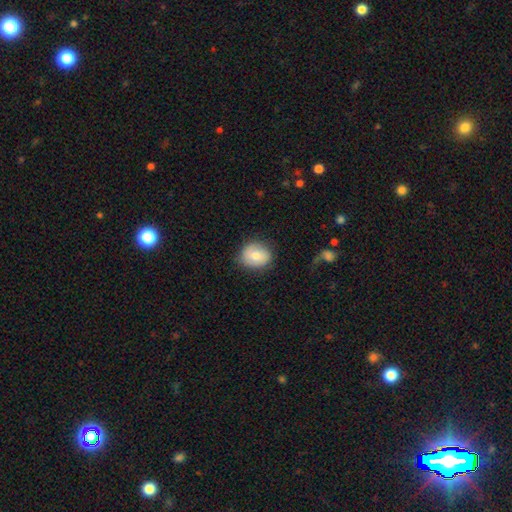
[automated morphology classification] Overall: smooth (73%). How rounded: round (69%; in between 30%). Merging: none (81%).